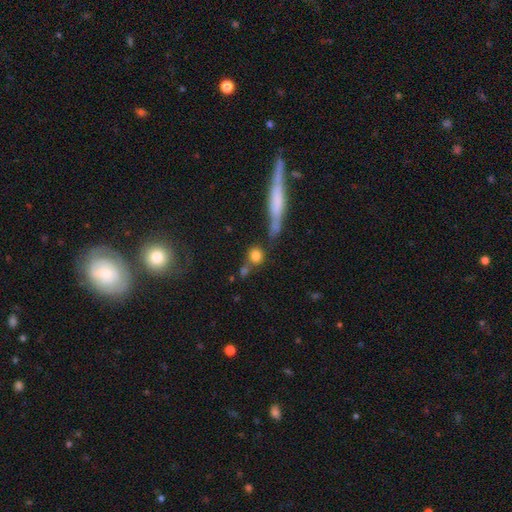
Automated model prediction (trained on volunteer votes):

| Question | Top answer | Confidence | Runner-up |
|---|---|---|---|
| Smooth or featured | smooth | 80% | star or artifact (11%) |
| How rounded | round | 77% | in between (15%) |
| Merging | none | 64% | merger (19%) |